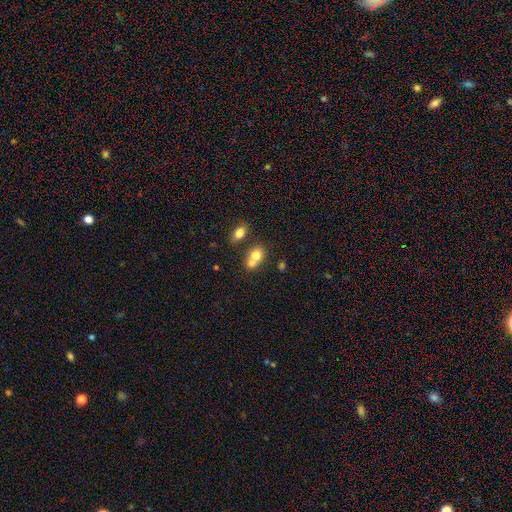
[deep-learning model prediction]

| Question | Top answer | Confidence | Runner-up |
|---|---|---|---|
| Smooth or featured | smooth | 73% | featured or disk (16%) |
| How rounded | round | 50% | in between (48%) |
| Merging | merger | 59% | none (30%) |